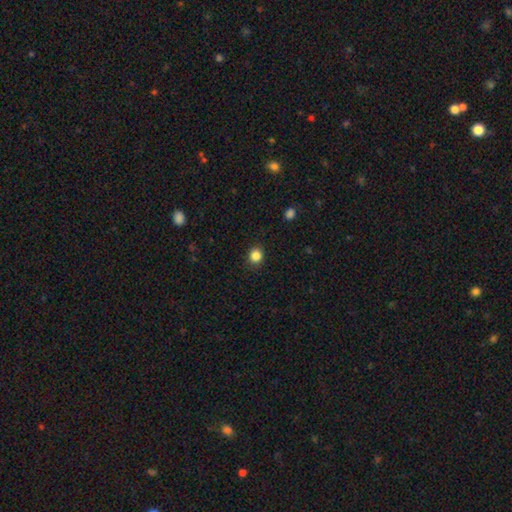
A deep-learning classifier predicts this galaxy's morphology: This appears to be a smooth galaxy with no disk features (85%) that is round (78%). Merging: none (89%).